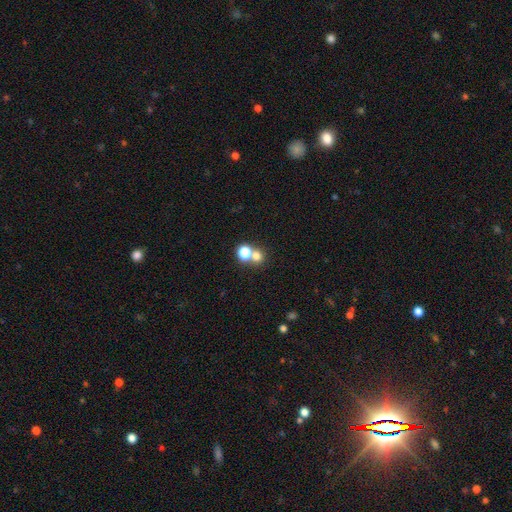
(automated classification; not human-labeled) A smooth galaxy with no disk features (71%) that is round (82%). Merging: none (50%).